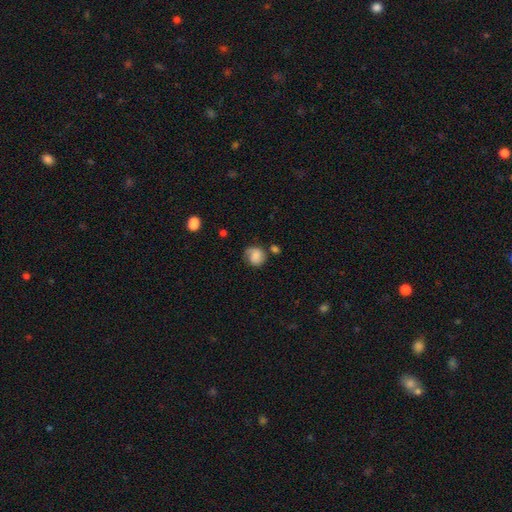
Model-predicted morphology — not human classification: Smooth or featured?
  - smooth: 68% *
  - featured or disk: 22%
  - star or artifact: 10%
How rounded?
  - round: 77% *
  - in between: 22%
  - cigar-shaped: 1%
Merging?
  - none: 58% *
  - minor disturbance: 26%
  - major disturbance: 9%
  - merger: 7%